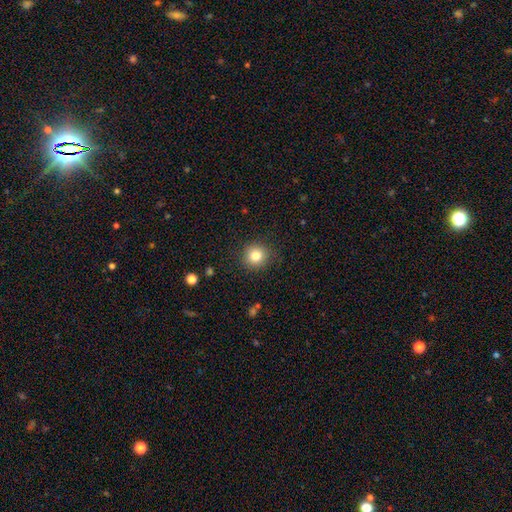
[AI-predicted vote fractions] smooth_or_featured: smooth (p=0.82) [alt: star or artifact p=0.11]
how_rounded: round (p=0.92) [alt: in between p=0.07]
merging: none (p=0.89) [alt: minor disturbance p=0.07]